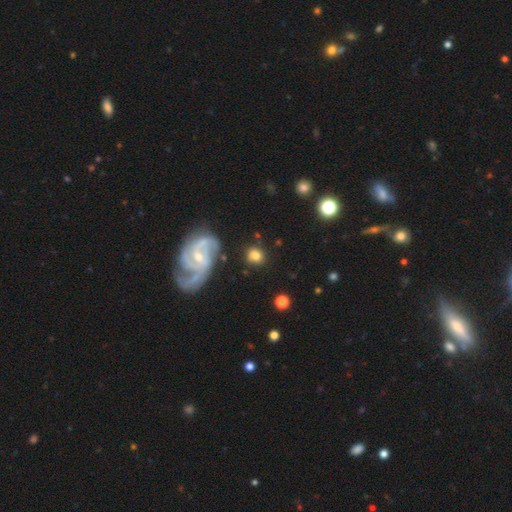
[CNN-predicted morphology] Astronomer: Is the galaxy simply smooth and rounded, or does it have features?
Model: smooth — 67%.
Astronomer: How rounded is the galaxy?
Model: round — 79%.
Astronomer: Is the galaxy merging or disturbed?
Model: none — 77%.